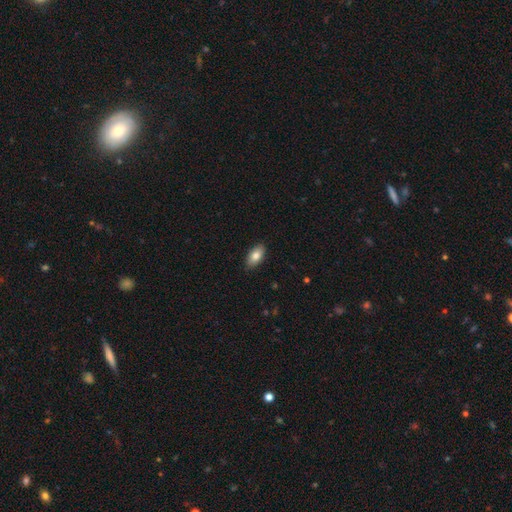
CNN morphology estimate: This is clearly a smooth galaxy (82%). How rounded: clearly in between (92%). Merging: clearly none (88%).